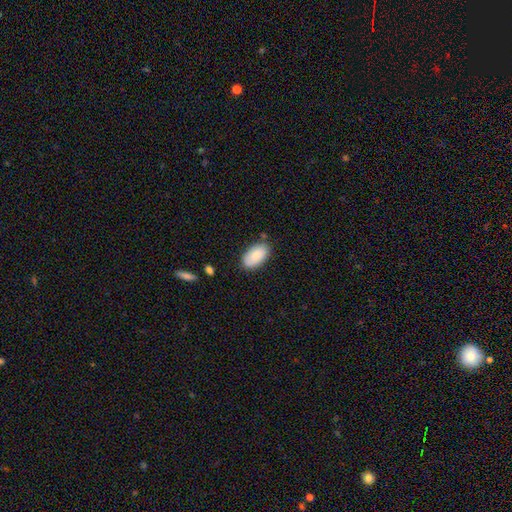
Smooth or featured?
  - smooth: 87% *
  - featured or disk: 8%
  - star or artifact: 5%
How rounded?
  - in between: 94% *
  - round: 3%
  - cigar-shaped: 3%
Merging?
  - none: 81% *
  - minor disturbance: 19%
  - major disturbance: 0%
  - merger: 0%